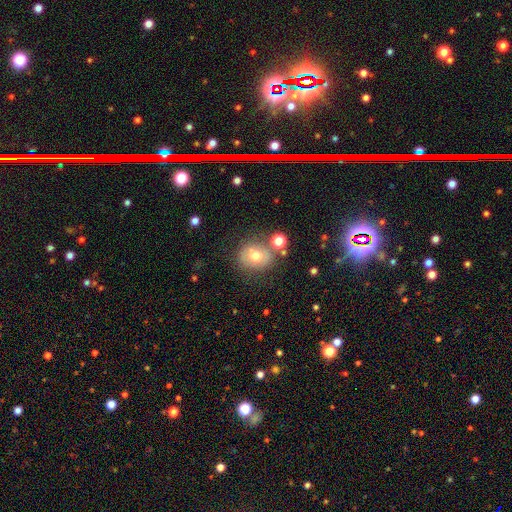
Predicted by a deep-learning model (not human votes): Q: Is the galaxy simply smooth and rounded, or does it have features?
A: smooth — 60%.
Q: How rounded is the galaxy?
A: round — 64%.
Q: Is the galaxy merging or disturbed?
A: none — 65%.